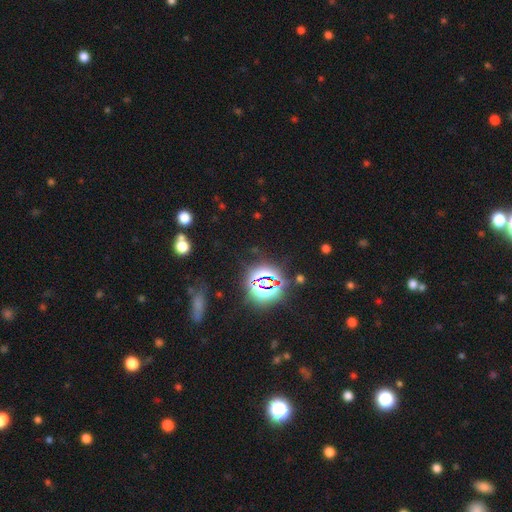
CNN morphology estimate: smooth-or-featured: star or artifact: 79% | smooth: 13% | featured or disk: 8%